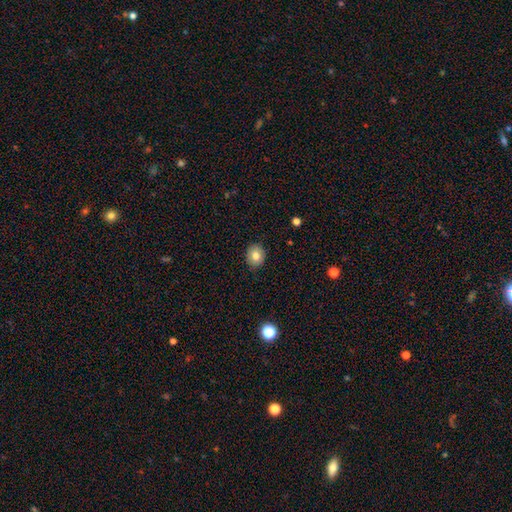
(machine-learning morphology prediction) A smooth galaxy with no disk features (80%) that is round (70%).

Vote fractions:
- Smooth or featured? smooth: 80% / featured or disk: 10% / star or artifact: 10%
- How rounded? round: 70% / in between: 29% / cigar-shaped: 1%
- Merging? none: 88% / minor disturbance: 9% / major disturbance: 2% / merger: 1%